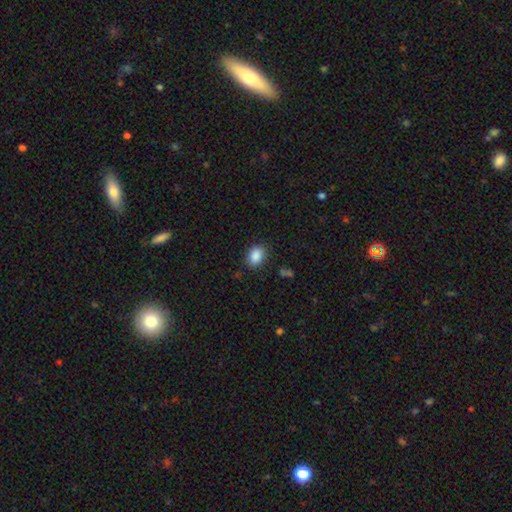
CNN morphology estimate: Smooth or featured? smooth (88%)
How rounded? in between (68%)
Merging? none (84%)